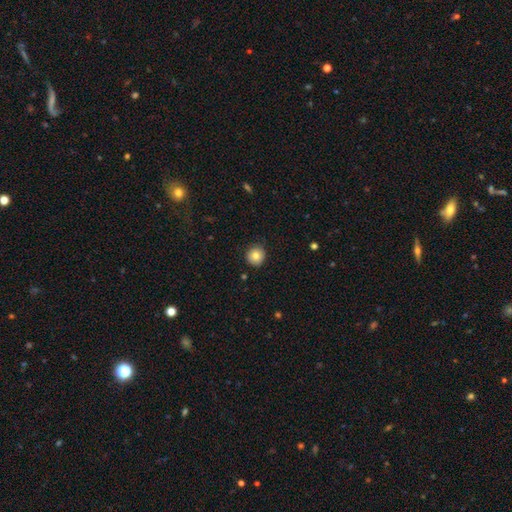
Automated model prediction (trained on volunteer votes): This appears to be a smooth galaxy with no disk features (80%) that is round (92%). Merging: none (88%).